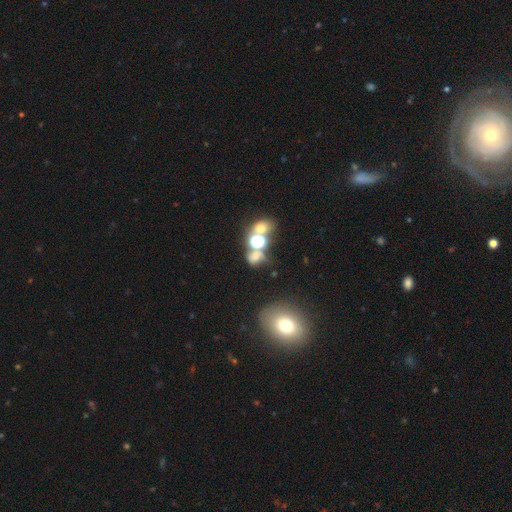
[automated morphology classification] Smooth or featured? Predicted: smooth (p=0.49). Merging? Predicted: none (p=0.42).